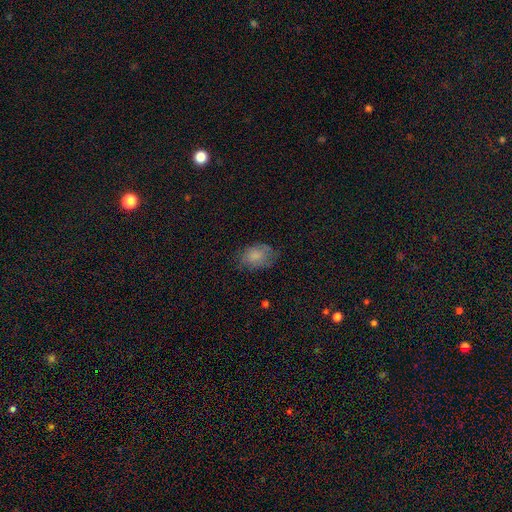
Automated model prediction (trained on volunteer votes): A smooth galaxy with no disk features (73%) that is in between round and cigar-shaped (80%).

Vote fractions:
- Smooth or featured? smooth: 73% / featured or disk: 16% / star or artifact: 10%
- How rounded? in between: 80% / round: 18% / cigar-shaped: 1%
- Merging? none: 62% / minor disturbance: 26% / major disturbance: 11% / merger: 1%